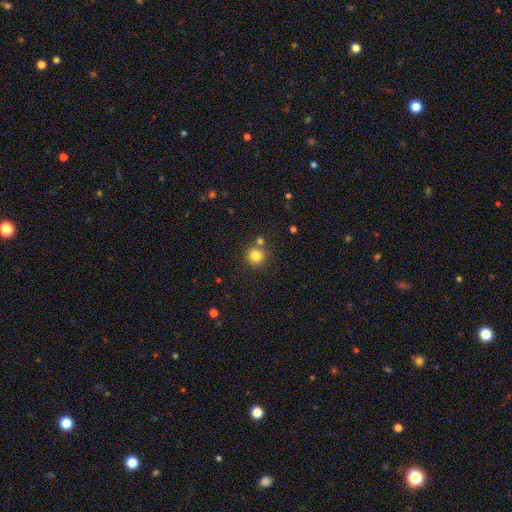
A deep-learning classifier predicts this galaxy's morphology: This appears to be a smooth galaxy with no disk features (66%) that is round (87%). Merging: none (67%).